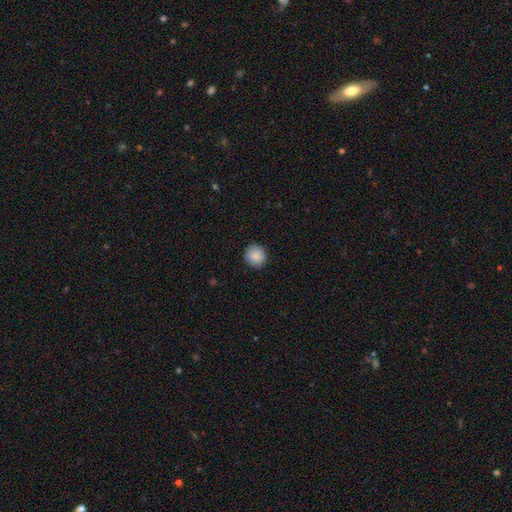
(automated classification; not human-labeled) Smooth or featured: smooth — 88% (star or artifact — 8%)
How rounded: round — 93% (in between — 6%)
Merging: none — 91% (minor disturbance — 7%)